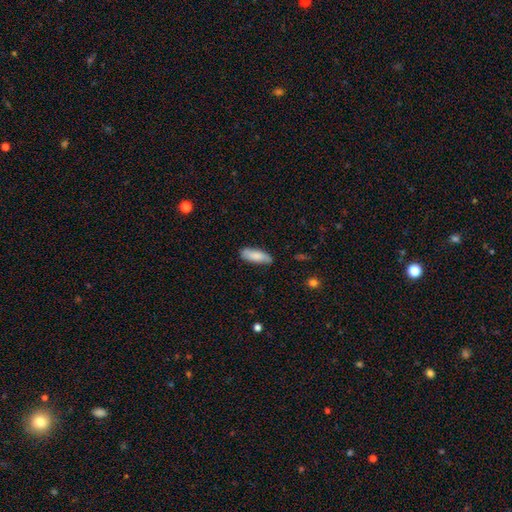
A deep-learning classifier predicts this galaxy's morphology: smooth-or-featured: smooth: 83% | featured or disk: 12% | star or artifact: 6%
  how-rounded: in between: 66% | cigar-shaped: 33% | round: 2%
  merging: none: 77% | minor disturbance: 18% | major disturbance: 3% | merger: 1%